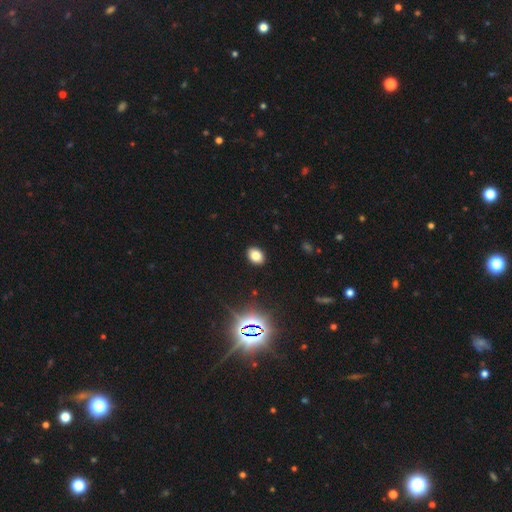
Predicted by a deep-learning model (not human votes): This appears to be a smooth galaxy with no disk features (78%) that is in between round and cigar-shaped (73%). Merging: none (90%).